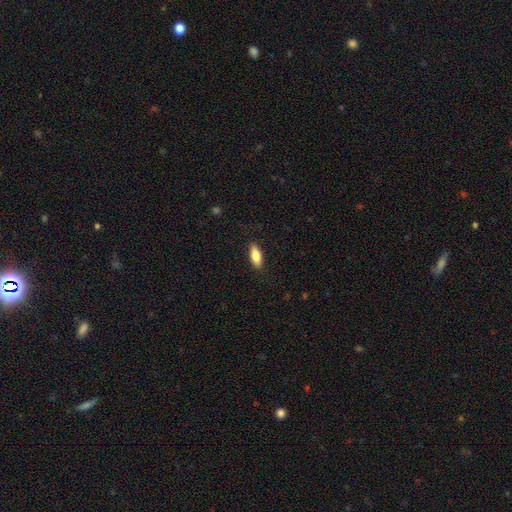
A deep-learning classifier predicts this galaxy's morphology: Smooth or featured?
  - smooth: 80% *
  - featured or disk: 13%
  - star or artifact: 6%
How rounded?
  - in between: 75% *
  - cigar-shaped: 23%
  - round: 2%
Merging?
  - none: 87% *
  - minor disturbance: 10%
  - major disturbance: 2%
  - merger: 1%